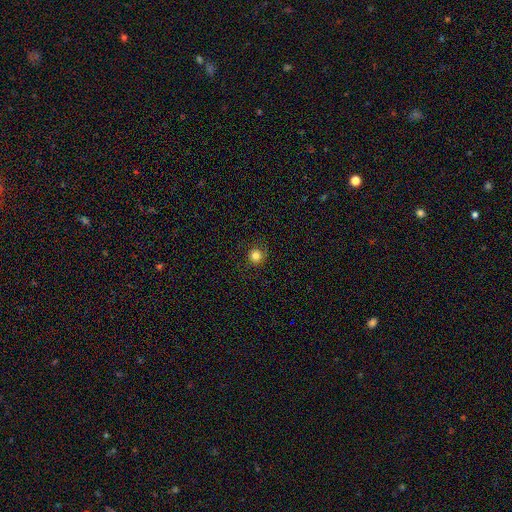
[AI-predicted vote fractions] Smooth or featured? smooth (81%)
How rounded? round (93%)
Merging? none (84%)